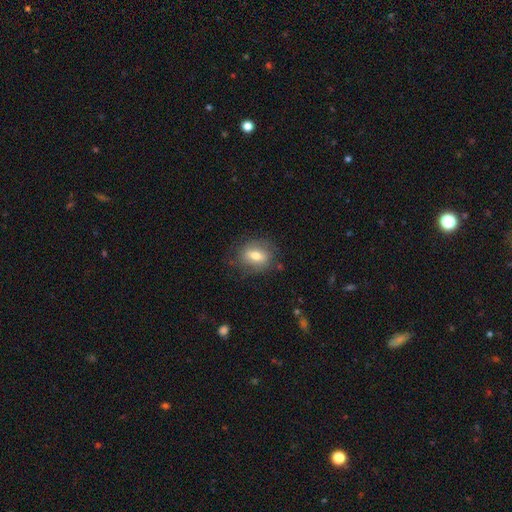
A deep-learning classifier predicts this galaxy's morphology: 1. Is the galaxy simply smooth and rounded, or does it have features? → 67% smooth, 25% featured or disk, 8% star or artifact.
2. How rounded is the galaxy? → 63% in between, 33% round, 3% cigar-shaped.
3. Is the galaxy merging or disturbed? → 76% none, 17% minor disturbance, 6% major disturbance, 2% merger.